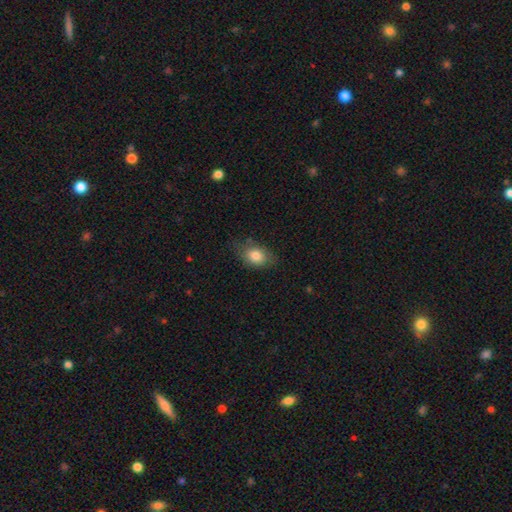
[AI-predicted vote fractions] Morphology: type=smooth (81%); roundness=in between (77%); merging=none (69%).